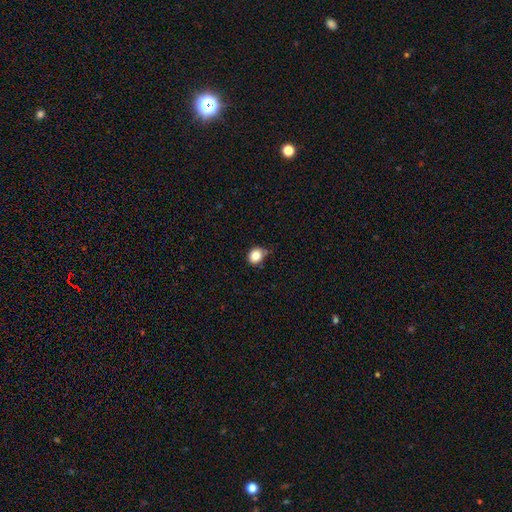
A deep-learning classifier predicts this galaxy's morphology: Smooth or featured? Predicted: smooth (p=0.83). How rounded? Predicted: round (p=0.71). Merging? Predicted: none (p=0.65).